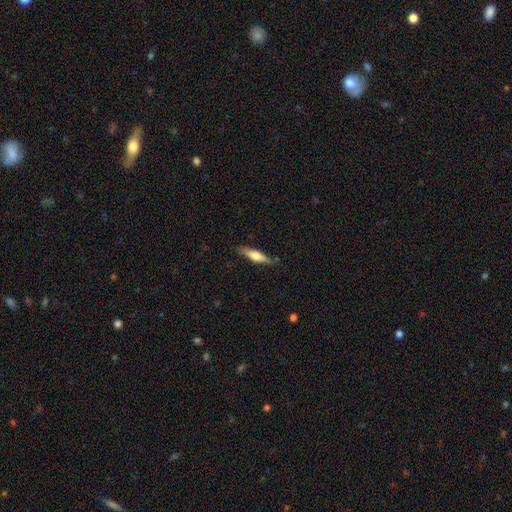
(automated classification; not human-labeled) Smooth or featured? Predicted: smooth (p=0.49). Merging? Predicted: none (p=0.82).